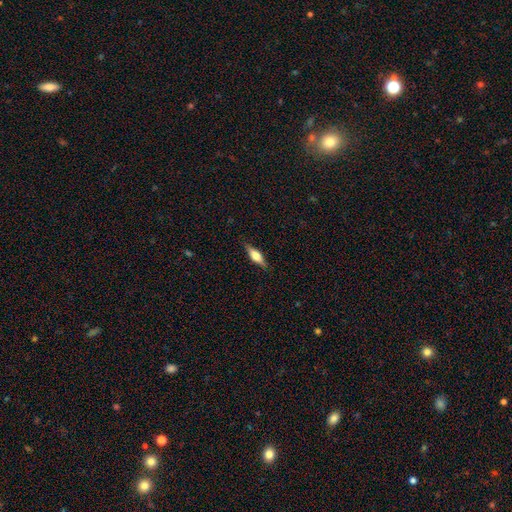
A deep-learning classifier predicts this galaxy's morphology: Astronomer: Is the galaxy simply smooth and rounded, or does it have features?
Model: smooth — 51% (runner-up: featured or disk, 43%).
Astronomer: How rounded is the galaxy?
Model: cigar-shaped — 51% (runner-up: in between, 46%).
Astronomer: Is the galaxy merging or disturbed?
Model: none — 85%.